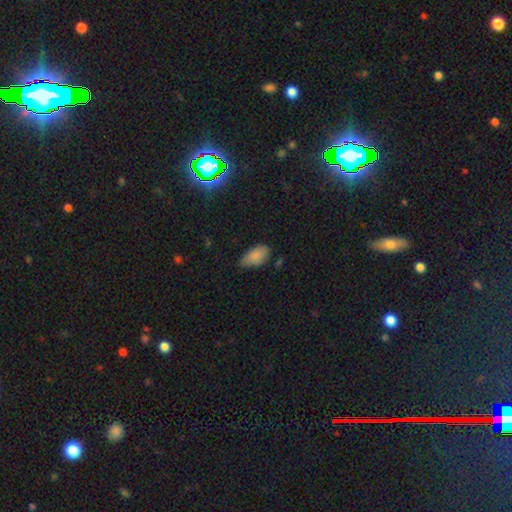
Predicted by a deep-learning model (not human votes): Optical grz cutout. It shows a smooth galaxy with no disk features (83%) that is in between round and cigar-shaped (94%). Merging: none (57%).